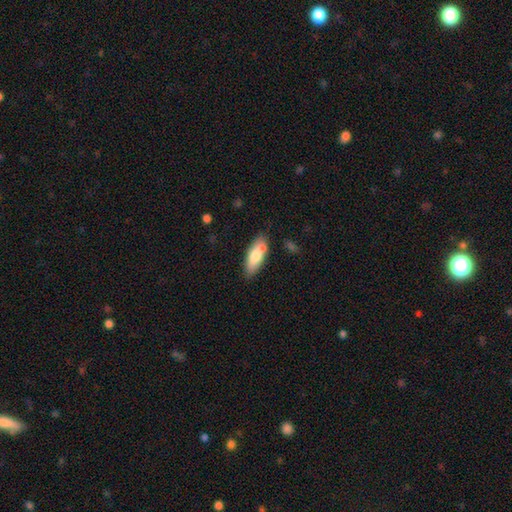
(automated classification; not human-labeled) smooth-or-featured: smooth: 73% | featured or disk: 21% | star or artifact: 6%
  how-rounded: in between: 71% | cigar-shaped: 27% | round: 2%
  merging: none: 69% | minor disturbance: 17% | merger: 10% | major disturbance: 3%